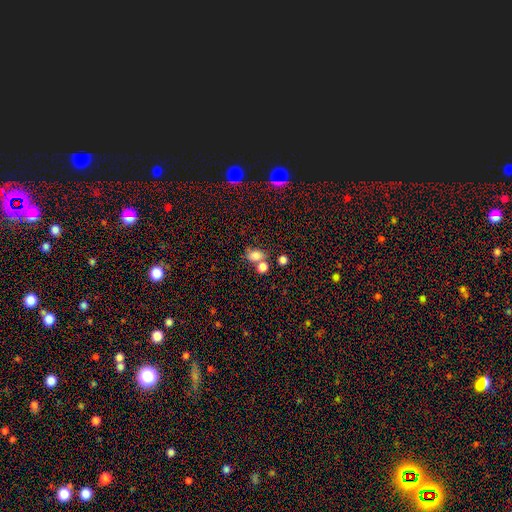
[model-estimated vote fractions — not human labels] A smooth galaxy with no disk features (75%) that is in between round and cigar-shaped (60%). Merging: none (42%).